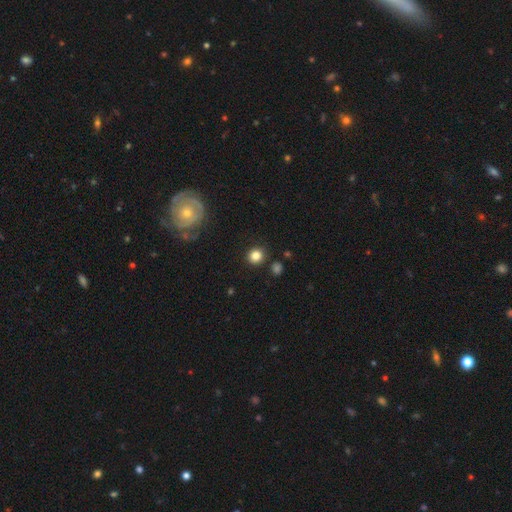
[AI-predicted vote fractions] smooth 84%, star or artifact 11%, featured or disk 6%. Down the decision tree: how rounded — round (88%); merging — none (87%).